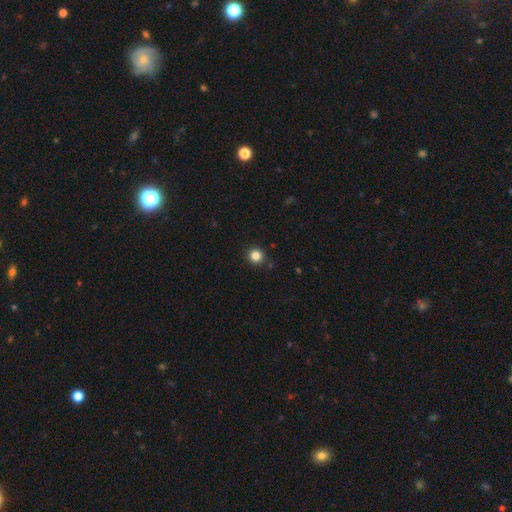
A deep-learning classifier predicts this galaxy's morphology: Smooth or featured?
  - smooth: 84% *
  - star or artifact: 12%
  - featured or disk: 4%
How rounded?
  - round: 93% *
  - in between: 6%
  - cigar-shaped: 1%
Merging?
  - none: 90% *
  - minor disturbance: 6%
  - major disturbance: 2%
  - merger: 2%